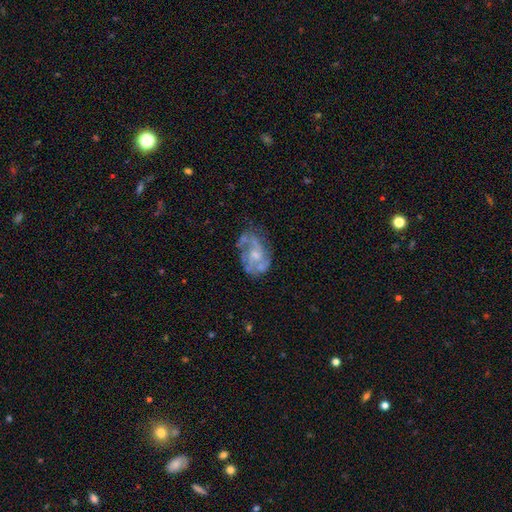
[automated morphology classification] This is likely a featured or disk galaxy (75%). It is clearly not viewed edge-on (97%). Bar: likely no (71%). Spiral arm pattern: likely yes (71%). Spiral arm count: marginally can't tell (33%). Spiral winding: marginally medium (44%). Central bulge: possibly moderate (46%). Merging: possibly none (54%).